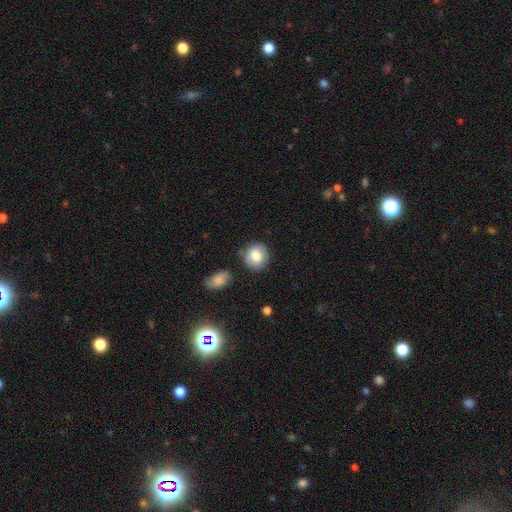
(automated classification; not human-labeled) This appears to be a smooth galaxy with no disk features (78%) that is round (78%). Merging: none (78%).